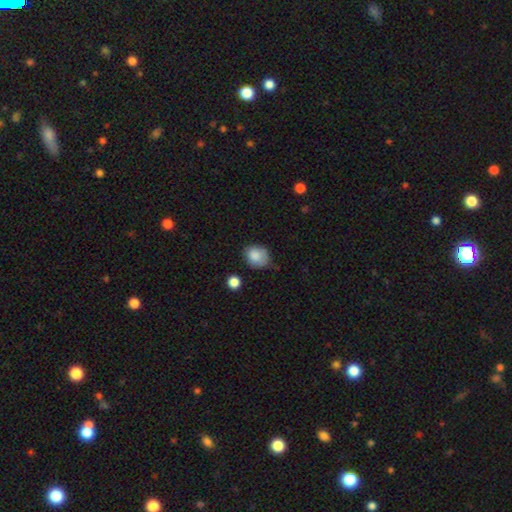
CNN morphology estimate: The model was most divided on "how rounded": round: 59%, in between: 40%, cigar-shaped: 1%. More confident: smooth or featured — smooth (85%); merging — none (61%).